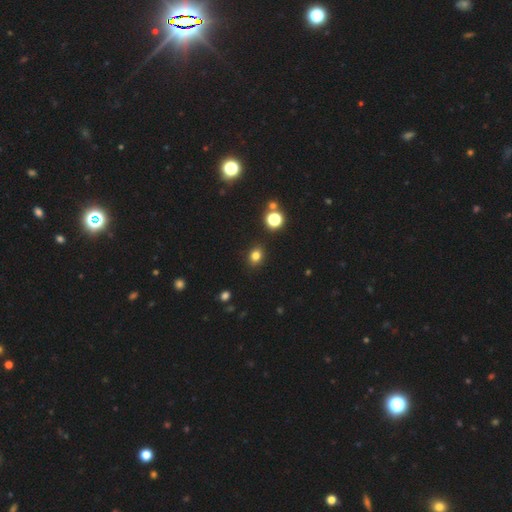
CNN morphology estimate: This appears to be a smooth galaxy with no disk features (79%) that is round (54%). Merging: none (88%).